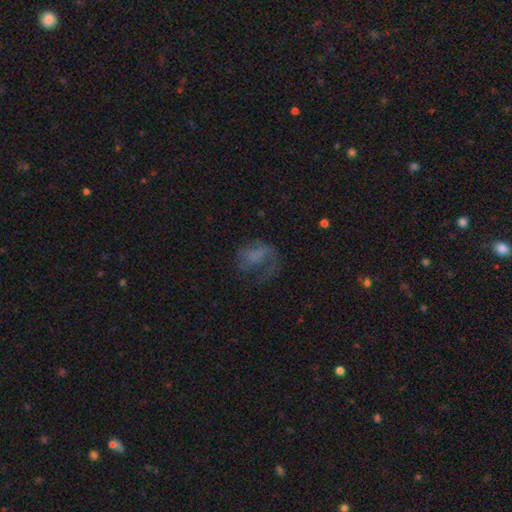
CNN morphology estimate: Smooth or featured? featured or disk (50%)
Edge-on disk? no (97%)
Merging? major disturbance (42%)